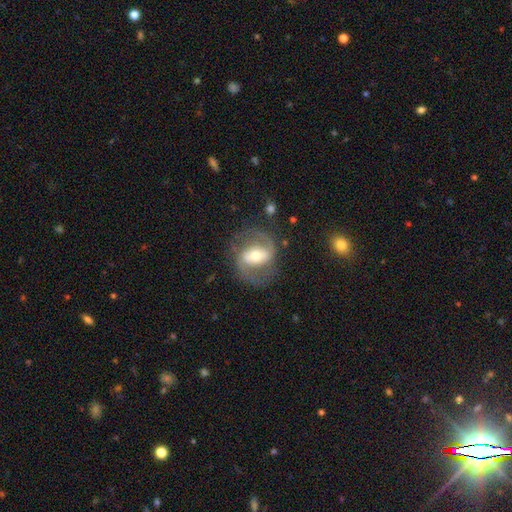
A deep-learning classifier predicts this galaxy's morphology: type=featured or disk (80%); edge-on=no (97%); bar=weak (38%); spiral arms=yes (89%); winding=medium (52%); arm count=2 (89%); bulge=moderate (66%); merging=none (73%).